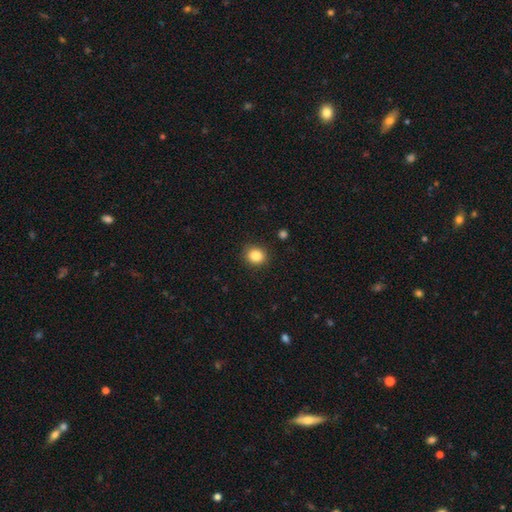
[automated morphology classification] Smooth or featured? smooth (85%)
How rounded? round (77%)
Merging? none (89%)